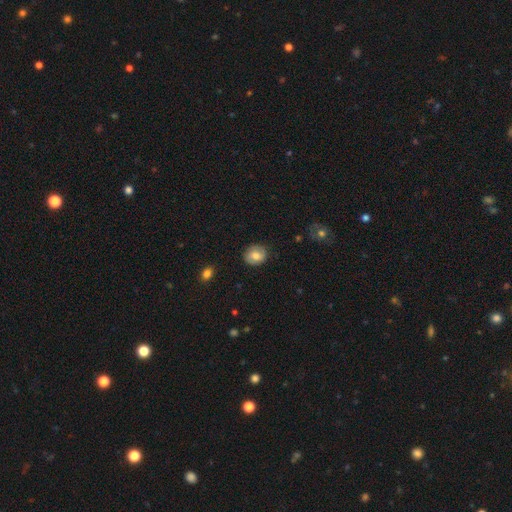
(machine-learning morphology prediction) Smooth or featured? smooth (72%)
How rounded? round (72%)
Merging? none (86%)